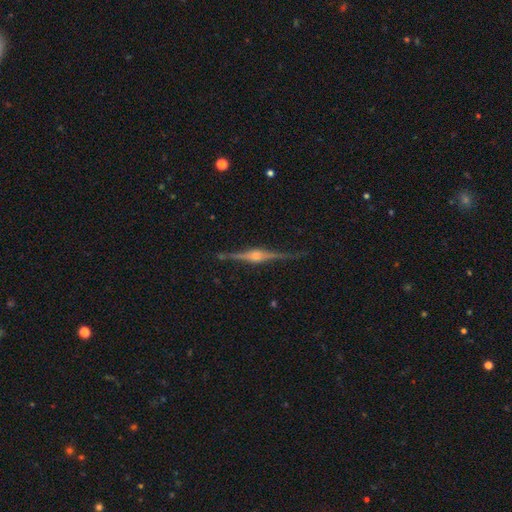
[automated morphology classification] Smooth or featured? Predicted: featured or disk (p=0.88). Edge-on disk? Predicted: yes (p=0.98). Edge-on bulge? Predicted: rounded (p=0.86). Merging? Predicted: none (p=0.88).